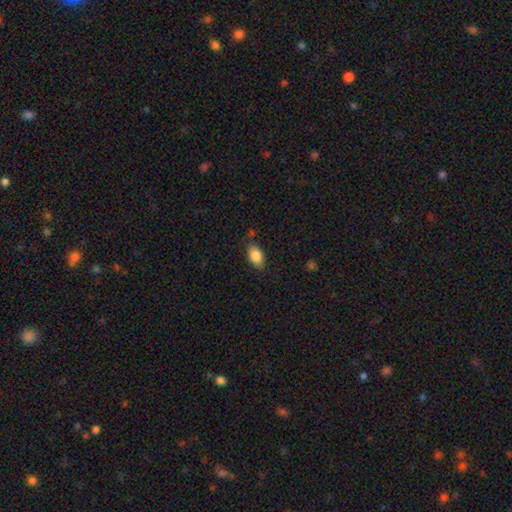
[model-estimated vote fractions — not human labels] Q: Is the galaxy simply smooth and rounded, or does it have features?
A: smooth — 86%.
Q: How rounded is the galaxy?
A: in between — 90%.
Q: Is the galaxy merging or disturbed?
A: none — 78%.